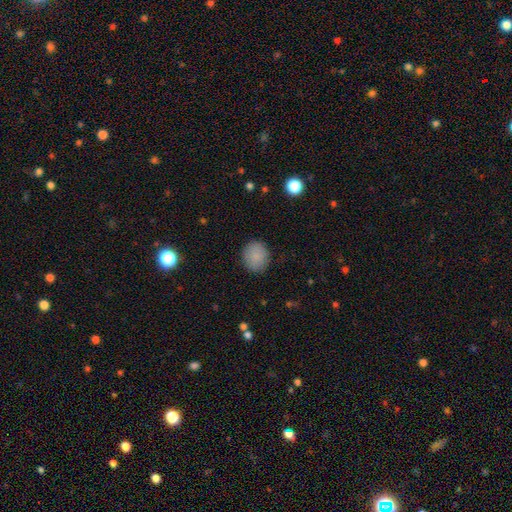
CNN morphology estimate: Smooth or featured?
  - smooth: 87% *
  - star or artifact: 9%
  - featured or disk: 5%
How rounded?
  - round: 75% *
  - in between: 24%
  - cigar-shaped: 1%
Merging?
  - none: 87% *
  - minor disturbance: 9%
  - major disturbance: 3%
  - merger: 1%